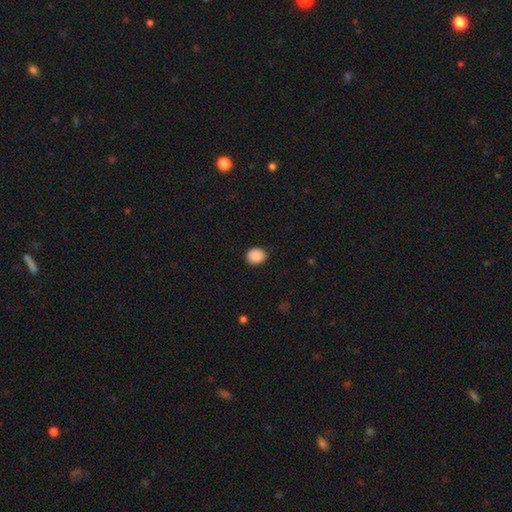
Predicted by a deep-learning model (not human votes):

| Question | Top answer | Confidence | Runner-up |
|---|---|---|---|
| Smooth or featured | smooth | 89% | star or artifact (8%) |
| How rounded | round | 69% | in between (30%) |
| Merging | none | 85% | minor disturbance (12%) |